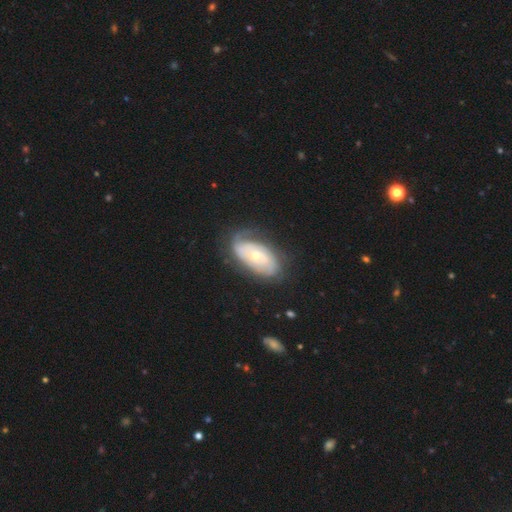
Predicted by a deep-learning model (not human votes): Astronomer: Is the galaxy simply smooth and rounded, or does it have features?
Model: featured or disk — 70%.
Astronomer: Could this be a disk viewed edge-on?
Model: no — 93%.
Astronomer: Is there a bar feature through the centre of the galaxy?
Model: no — 77%.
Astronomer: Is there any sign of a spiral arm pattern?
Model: yes — 79%.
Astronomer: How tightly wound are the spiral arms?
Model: tight — 62%.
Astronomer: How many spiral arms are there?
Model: can't tell — 45% (runner-up: 2, 33%).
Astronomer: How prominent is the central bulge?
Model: small — 48%, tied with moderate at 48%.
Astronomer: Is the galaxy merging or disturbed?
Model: none — 65%.